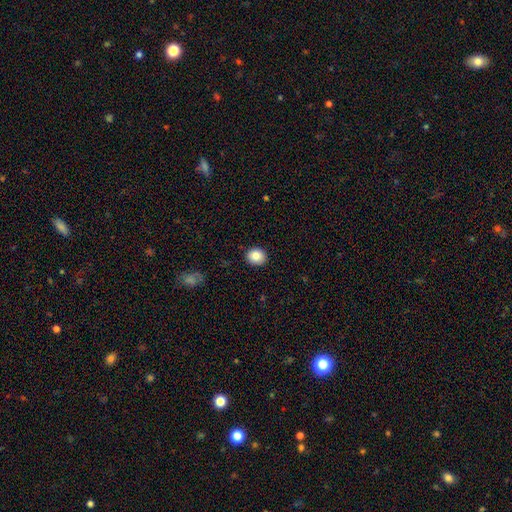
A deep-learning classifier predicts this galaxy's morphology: This appears to be a smooth galaxy with no disk features (85%) that is round (78%). Merging: none (91%).